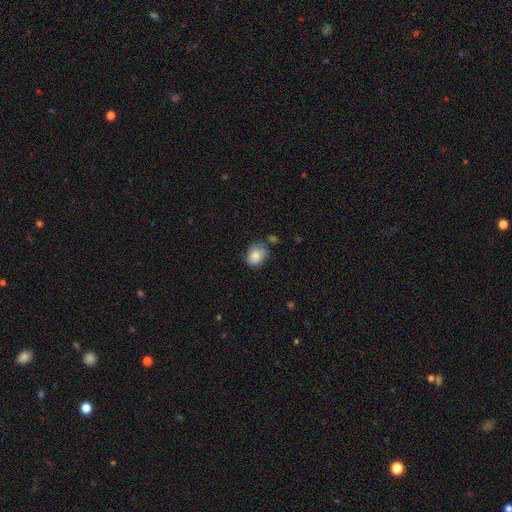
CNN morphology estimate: smooth 78%, featured or disk 14%, star or artifact 8%. Down the decision tree: how rounded — in between (55%); merging — none (50%).